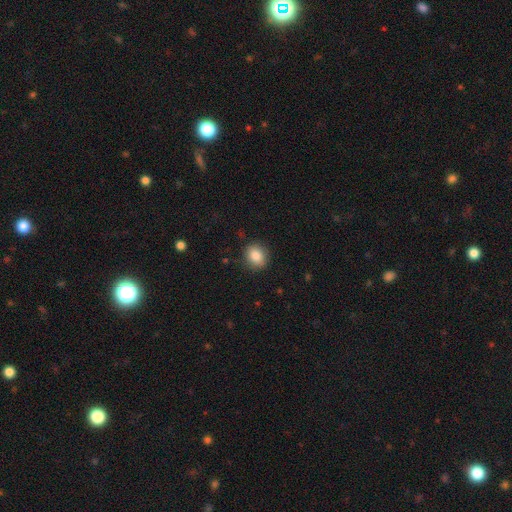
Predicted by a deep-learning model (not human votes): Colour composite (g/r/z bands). It shows a smooth galaxy with no disk features (85%) that is round (67%). Merging: none (87%).